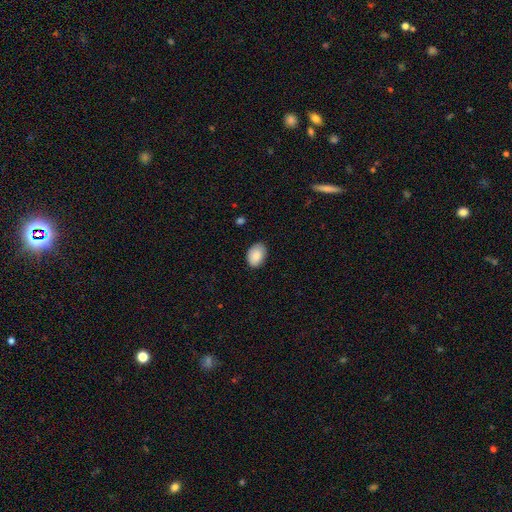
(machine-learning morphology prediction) The model was most divided on "how rounded": in between: 82%, round: 17%, cigar-shaped: 1%. More confident: smooth or featured — smooth (87%); merging — none (83%).